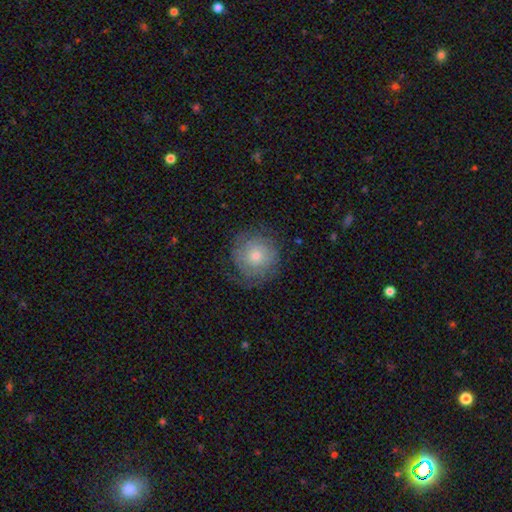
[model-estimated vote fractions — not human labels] Q: Smooth or featured?
A: smooth (48%); runner-up: featured or disk (43%)
Q: Merging?
A: none (73%); runner-up: minor disturbance (17%)